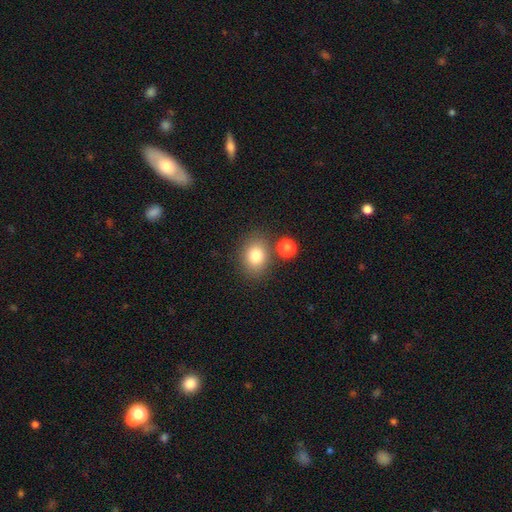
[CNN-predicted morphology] Smooth or featured?
  - smooth: 81% *
  - star or artifact: 10%
  - featured or disk: 9%
How rounded?
  - in between: 55% *
  - round: 44%
  - cigar-shaped: 1%
Merging?
  - none: 75% *
  - minor disturbance: 11%
  - merger: 10%
  - major disturbance: 4%